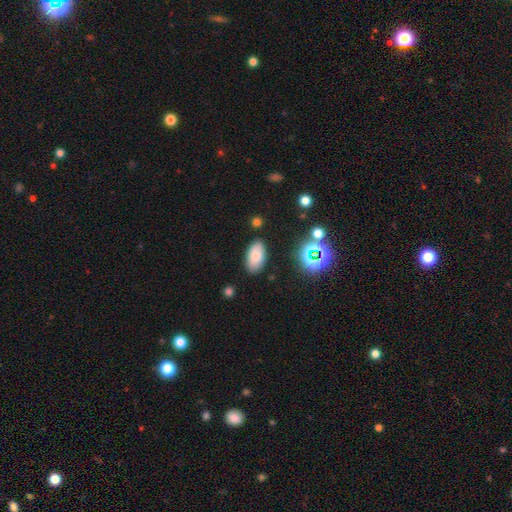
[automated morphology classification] This is likely a smooth galaxy (74%). How rounded: clearly in between (94%). Merging: clearly none (84%).